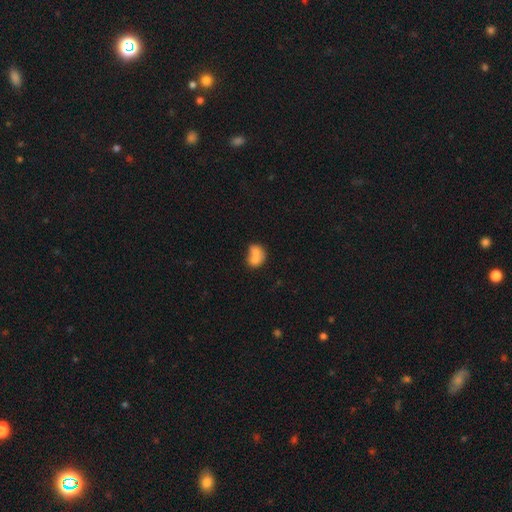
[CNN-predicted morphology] smooth 72%, featured or disk 19%, star or artifact 9%. Down the decision tree: how rounded — in between (56%); merging — merger (63%).